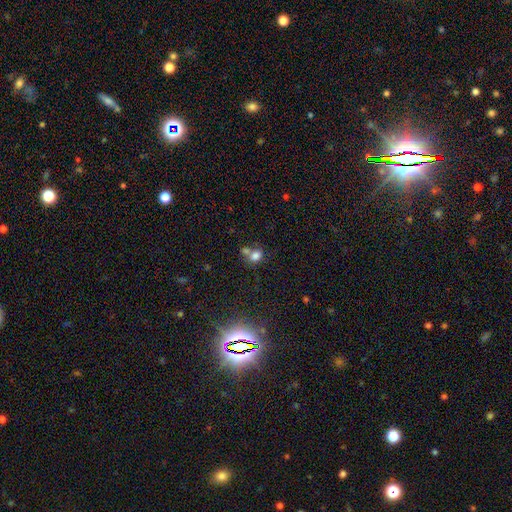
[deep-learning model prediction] This appears to be a smooth galaxy with no disk features (76%) that is in between round and cigar-shaped (51%). Merging: merger (44%).